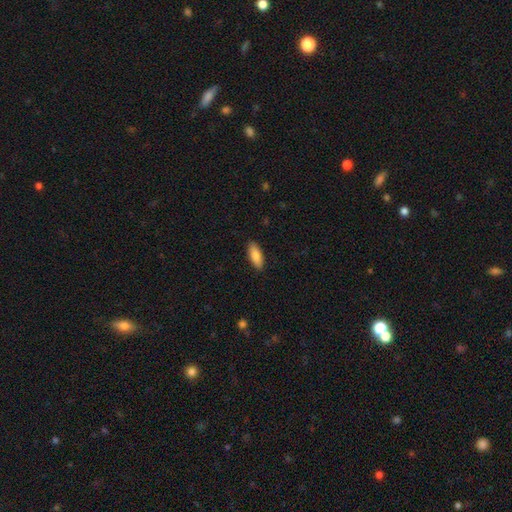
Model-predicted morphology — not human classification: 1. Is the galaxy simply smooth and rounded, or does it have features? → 85% smooth, 9% featured or disk, 6% star or artifact.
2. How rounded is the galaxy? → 74% in between, 25% cigar-shaped, 2% round.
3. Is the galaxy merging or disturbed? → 89% none, 8% minor disturbance, 2% major disturbance, 1% merger.